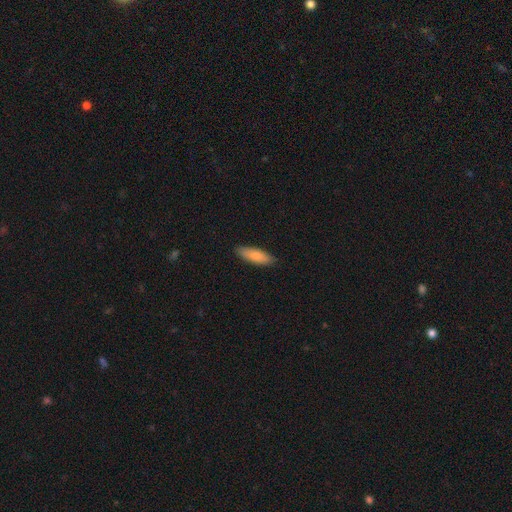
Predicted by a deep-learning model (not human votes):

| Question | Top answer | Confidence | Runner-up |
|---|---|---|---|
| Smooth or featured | smooth | 83% | featured or disk (11%) |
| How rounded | in between | 51% | cigar-shaped (47%) |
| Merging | none | 89% | minor disturbance (9%) |